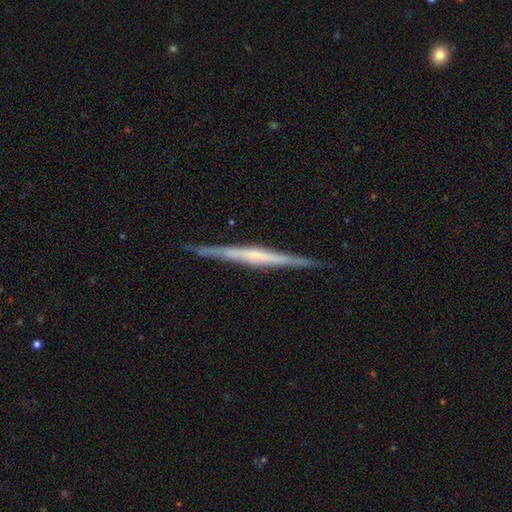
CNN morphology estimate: Smooth or featured: featured or disk — 74% (smooth — 21%)
Edge-on disk: yes — 98% (no — 2%)
Edge-on bulge: none — 51% (rounded — 28%)
Merging: none — 90% (minor disturbance — 8%)